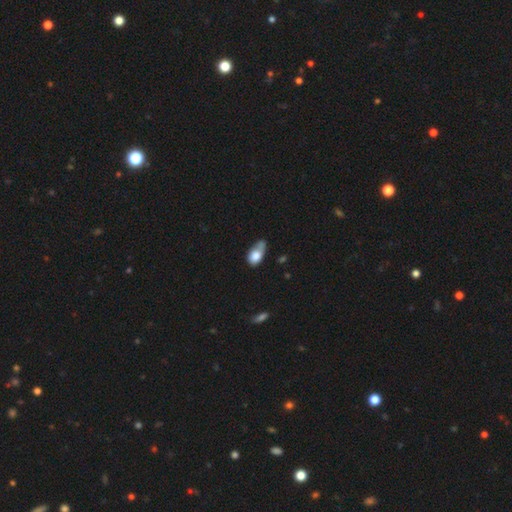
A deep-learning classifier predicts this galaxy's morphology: A smooth galaxy with no disk features (77%) that is in between round and cigar-shaped (79%).

Vote fractions:
- Smooth or featured? smooth: 77% / featured or disk: 15% / star or artifact: 8%
- How rounded? in between: 79% / round: 18% / cigar-shaped: 3%
- Merging? minor disturbance: 34% / none: 25% / merger: 21% / major disturbance: 20%